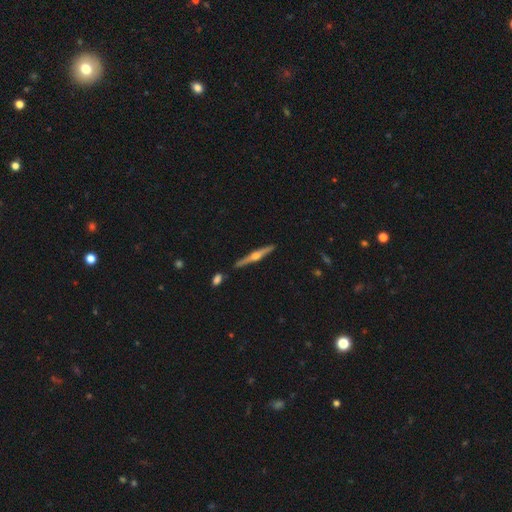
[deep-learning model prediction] Overall: featured or disk (77%). Edge-on disk: yes (98%). Edge-on bulge: rounded (92%). Merging: none (88%).